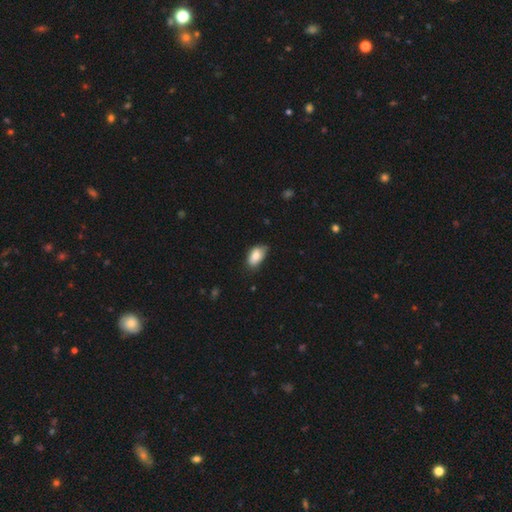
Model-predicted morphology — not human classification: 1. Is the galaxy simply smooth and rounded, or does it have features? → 82% smooth, 11% featured or disk, 7% star or artifact.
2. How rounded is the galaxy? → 91% in between, 7% round, 2% cigar-shaped.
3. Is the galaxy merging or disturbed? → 63% none, 31% minor disturbance, 5% major disturbance, 2% merger.